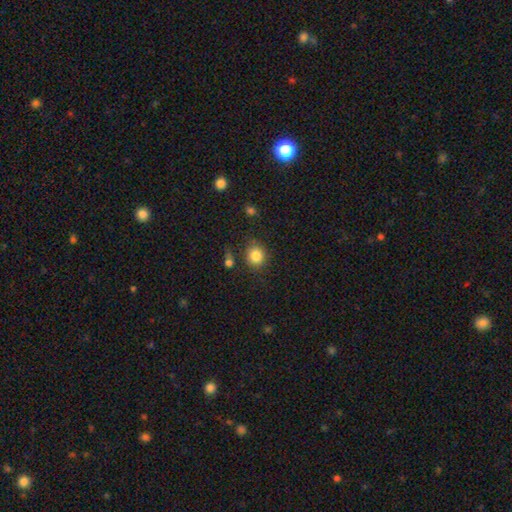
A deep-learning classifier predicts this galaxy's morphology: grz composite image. It shows a smooth galaxy with no disk features (84%) that is round (82%). Merging: none (80%).